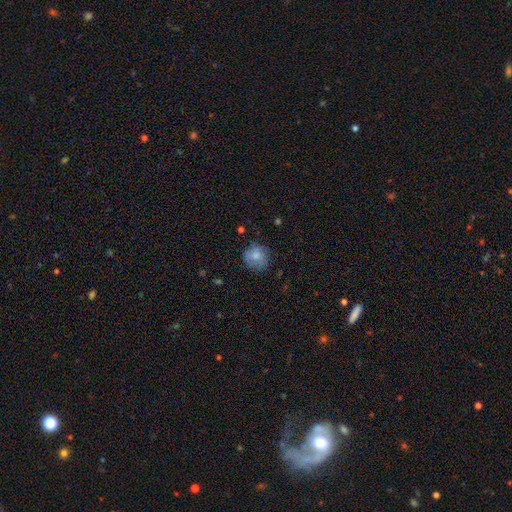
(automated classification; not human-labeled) Smooth or featured? Predicted: smooth (p=0.71). How rounded? Predicted: round (p=0.80). Merging? Predicted: none (p=0.67).